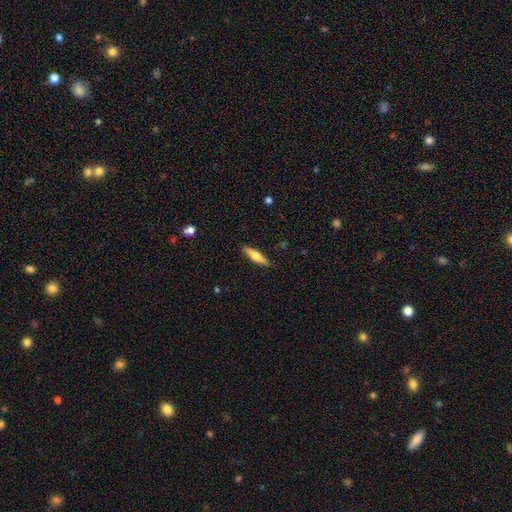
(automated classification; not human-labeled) smooth 54%, featured or disk 40%, star or artifact 6%. Down the decision tree: how rounded — cigar-shaped (77%); merging — none (88%).